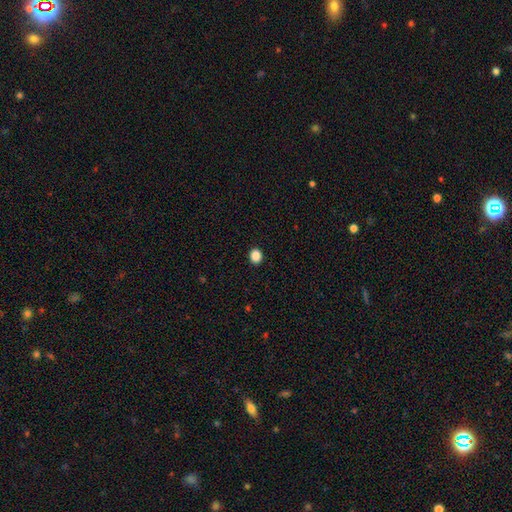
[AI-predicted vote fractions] Smooth or featured? smooth (88%)
How rounded? round (64%)
Merging? none (92%)